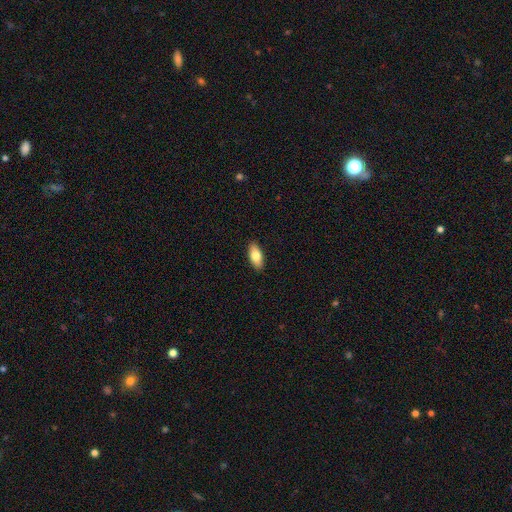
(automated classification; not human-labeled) Smooth or featured? Predicted: smooth (p=0.78). How rounded? Predicted: in between (p=0.85). Merging? Predicted: none (p=0.90).